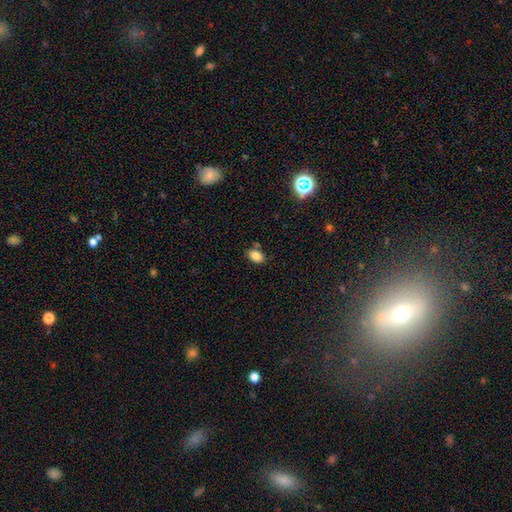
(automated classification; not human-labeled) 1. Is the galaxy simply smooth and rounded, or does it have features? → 84% smooth, 10% star or artifact, 6% featured or disk.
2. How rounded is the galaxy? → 84% in between, 15% round, 1% cigar-shaped.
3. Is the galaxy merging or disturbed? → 72% none, 15% minor disturbance, 9% merger, 4% major disturbance.